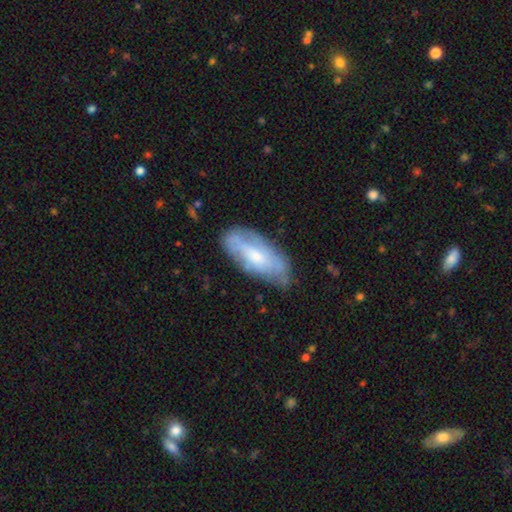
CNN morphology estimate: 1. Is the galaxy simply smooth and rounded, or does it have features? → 48% smooth, 46% featured or disk, 6% star or artifact.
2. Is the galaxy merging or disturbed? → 67% none, 25% minor disturbance, 7% major disturbance, 2% merger.